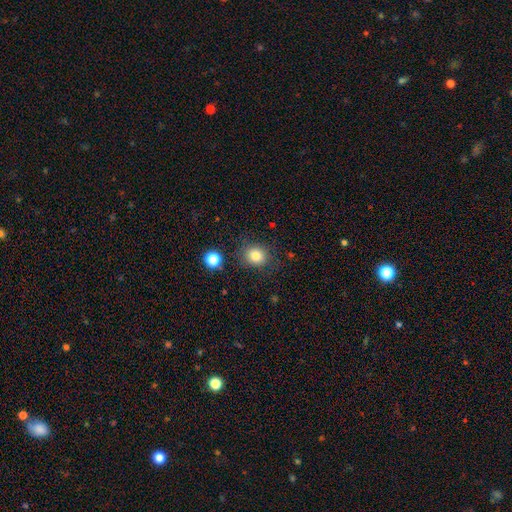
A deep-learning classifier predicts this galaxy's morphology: Overall: smooth (81%). How rounded: round (80%). Merging: none (83%).